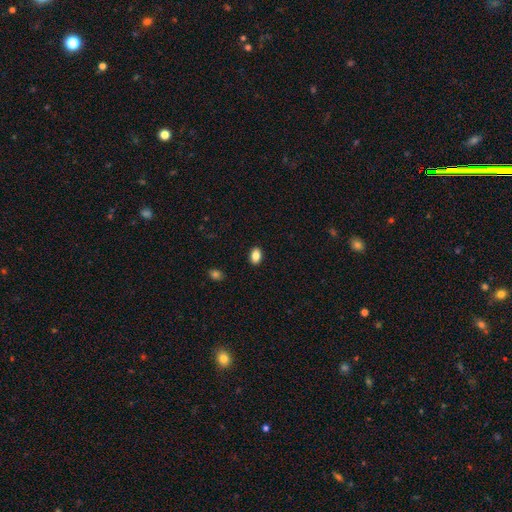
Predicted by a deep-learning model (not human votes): Q: Smooth or featured?
A: smooth (86%); runner-up: star or artifact (8%)
Q: How rounded?
A: in between (85%); runner-up: round (13%)
Q: Merging?
A: none (90%); runner-up: minor disturbance (7%)